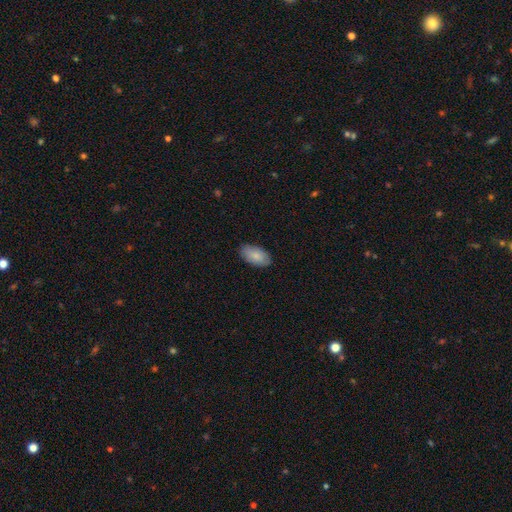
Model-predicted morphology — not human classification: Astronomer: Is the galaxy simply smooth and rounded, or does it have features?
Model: smooth — 83%.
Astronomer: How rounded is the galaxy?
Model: in between — 95%.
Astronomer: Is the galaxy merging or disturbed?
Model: none — 86%.